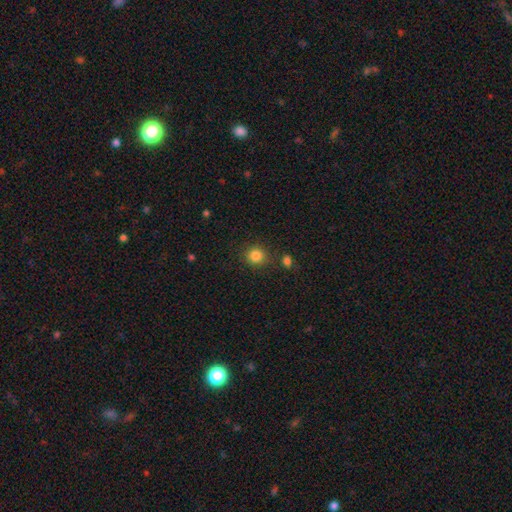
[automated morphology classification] Smooth or featured? smooth (85%)
How rounded? round (89%)
Merging? none (85%)